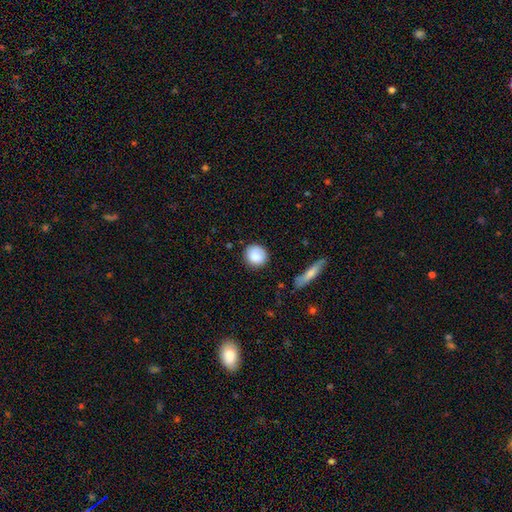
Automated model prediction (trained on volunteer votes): This is clearly a smooth galaxy (85%). How rounded: clearly round (88%). Merging: likely none (78%).